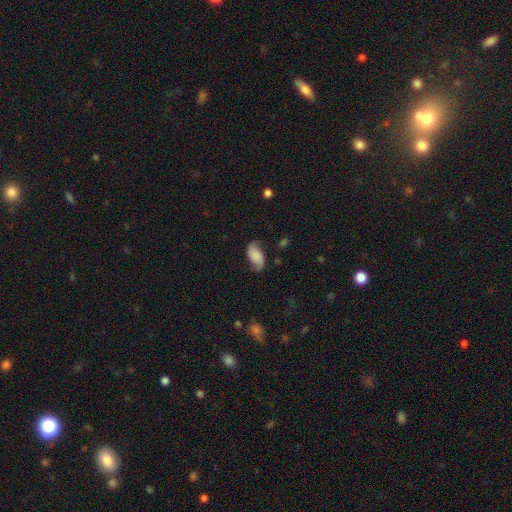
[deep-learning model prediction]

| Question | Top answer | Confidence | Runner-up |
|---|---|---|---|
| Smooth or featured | featured or disk | 50% | smooth (41%) |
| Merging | none | 70% | minor disturbance (21%) |